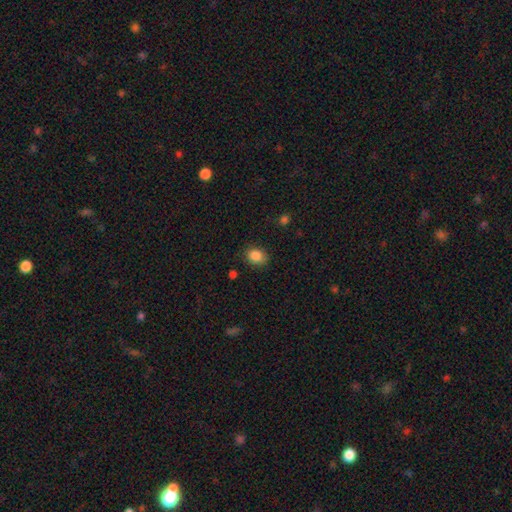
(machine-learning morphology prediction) The model was most divided on "how rounded": in between: 52%, round: 47%, cigar-shaped: 1%. More confident: smooth or featured — smooth (86%); merging — none (79%).